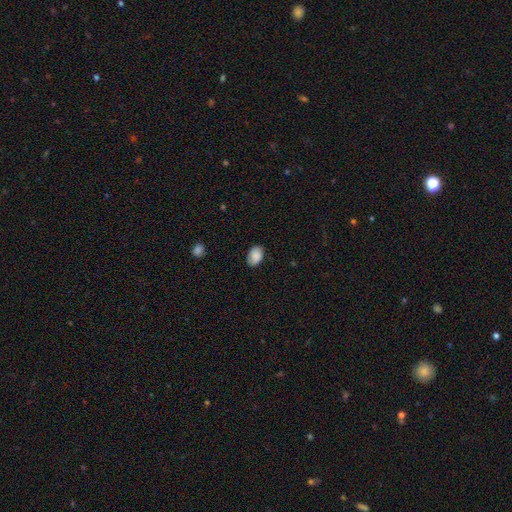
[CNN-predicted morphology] A smooth galaxy with no disk features (87%) that is in between round and cigar-shaped (87%). Merging: none (82%).